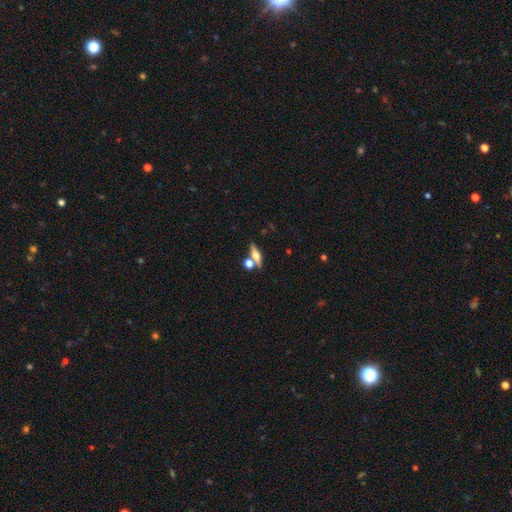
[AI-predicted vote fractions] This is possibly a featured or disk galaxy (47%). Merging: likely none (64%).